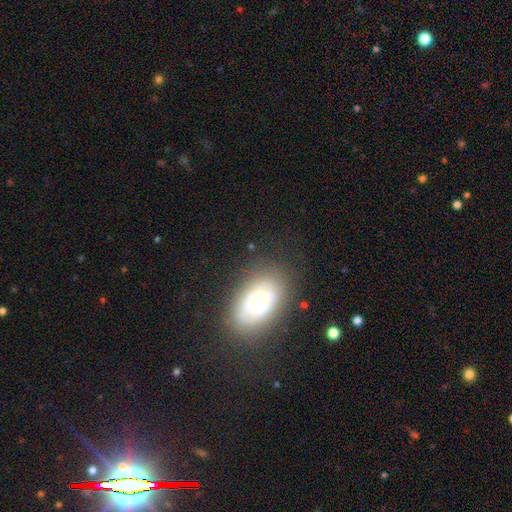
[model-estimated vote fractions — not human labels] A smooth galaxy with no disk features (48%). Merging: none (80%).